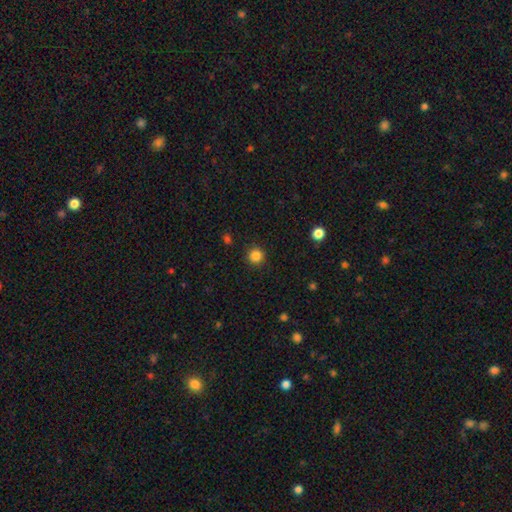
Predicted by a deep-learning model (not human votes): smooth 85%, star or artifact 12%, featured or disk 3%. Down the decision tree: how rounded — round (94%); merging — none (91%).